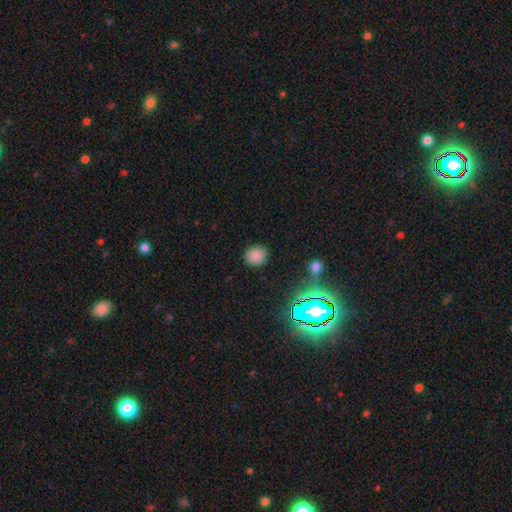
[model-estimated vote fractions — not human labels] smooth 81%, star or artifact 14%, featured or disk 5%. Down the decision tree: how rounded — round (82%); merging — none (87%).